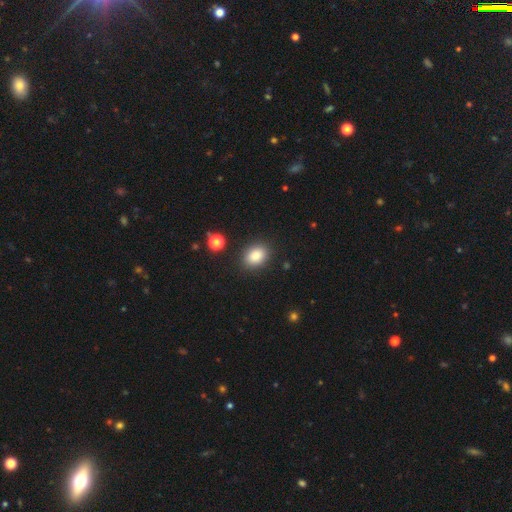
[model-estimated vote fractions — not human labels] This appears to be a smooth galaxy with no disk features (85%) that is in between round and cigar-shaped (62%). Merging: none (86%).